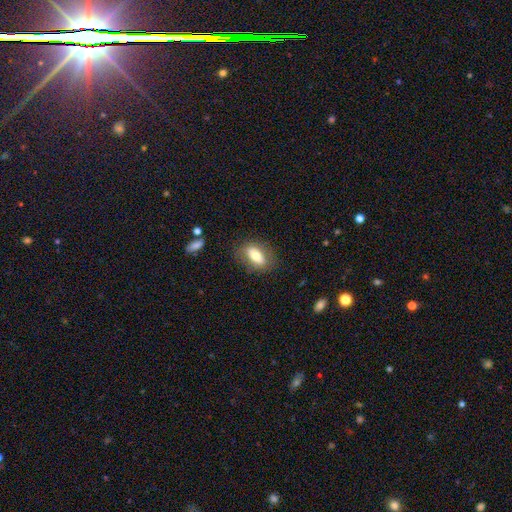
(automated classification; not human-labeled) Smooth or featured: smooth — 68% (featured or disk — 25%)
How rounded: in between — 85% (cigar-shaped — 9%)
Merging: none — 79% (minor disturbance — 14%)